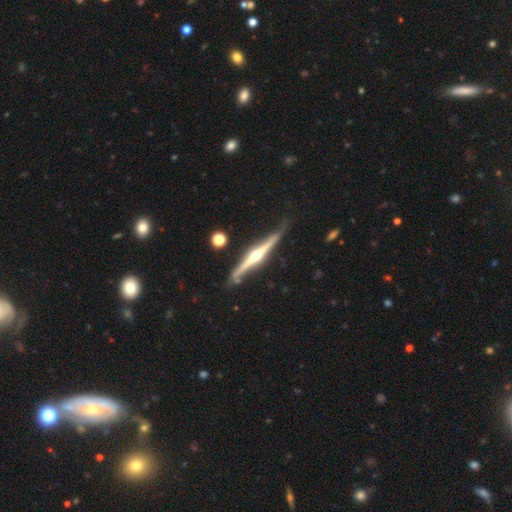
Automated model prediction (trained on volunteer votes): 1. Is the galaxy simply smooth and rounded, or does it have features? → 85% featured or disk, 11% smooth, 4% star or artifact.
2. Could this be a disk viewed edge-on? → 98% yes, 2% no.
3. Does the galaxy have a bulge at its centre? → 91% rounded, 5% none, 4% boxy.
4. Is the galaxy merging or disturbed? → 78% none, 16% minor disturbance, 3% major disturbance, 3% merger.